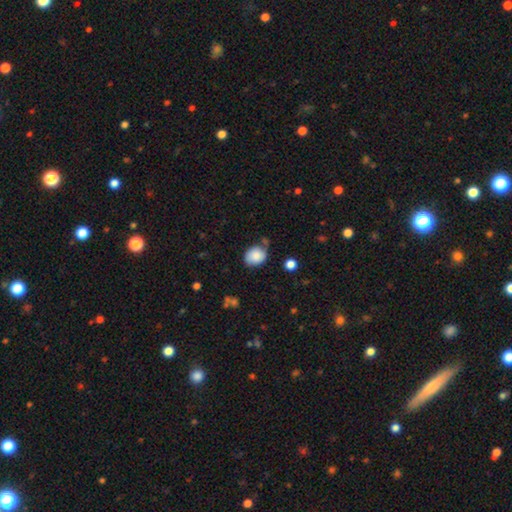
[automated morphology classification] smooth 80%, featured or disk 12%, star or artifact 8%. Down the decision tree: how rounded — round (55%); merging — none (63%).